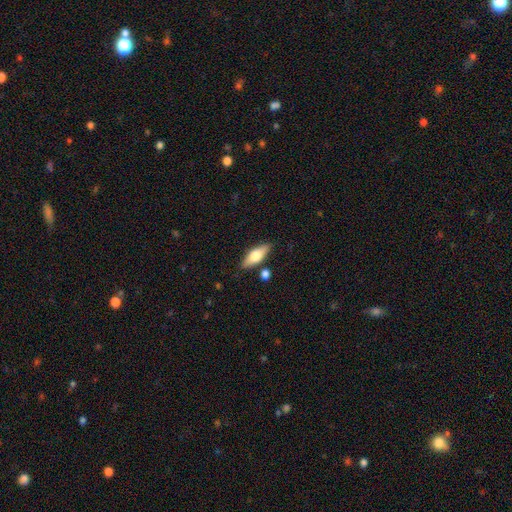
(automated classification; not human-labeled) Smooth or featured? smooth (60%)
How rounded? in between (68%)
Merging? none (82%)